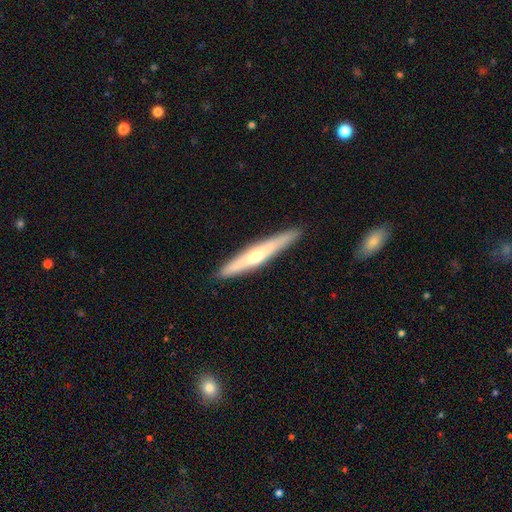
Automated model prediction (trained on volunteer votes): This is possibly a featured or disk galaxy (59%). It is clearly viewed edge-on (94%). Edge-on bulge: clearly rounded (81%). Merging: clearly none (90%).